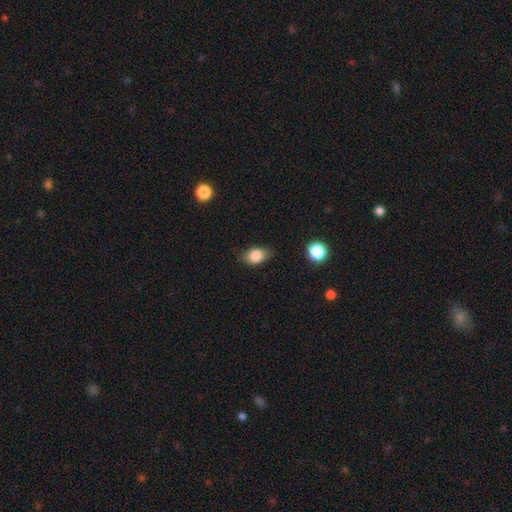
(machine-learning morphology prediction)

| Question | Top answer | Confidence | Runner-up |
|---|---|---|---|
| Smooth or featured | smooth | 83% | featured or disk (9%) |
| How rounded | in between | 80% | round (18%) |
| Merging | none | 77% | minor disturbance (18%) |